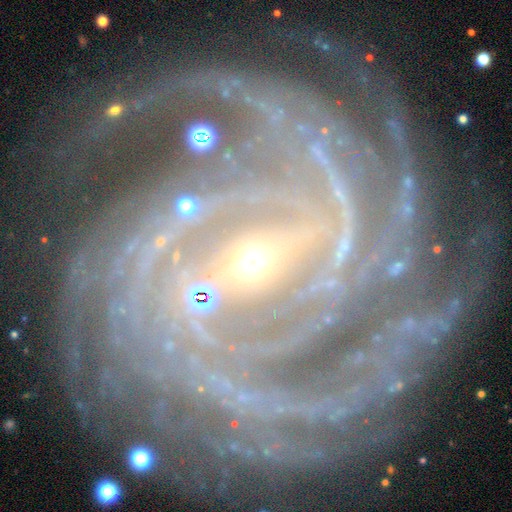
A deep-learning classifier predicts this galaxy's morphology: type=featured or disk (93%); edge-on=no (98%); bar=strong (45%); spiral arms=yes (99%); winding=tight (72%); arm count=4 (27%); bulge=small (80%); merging=none (75%).